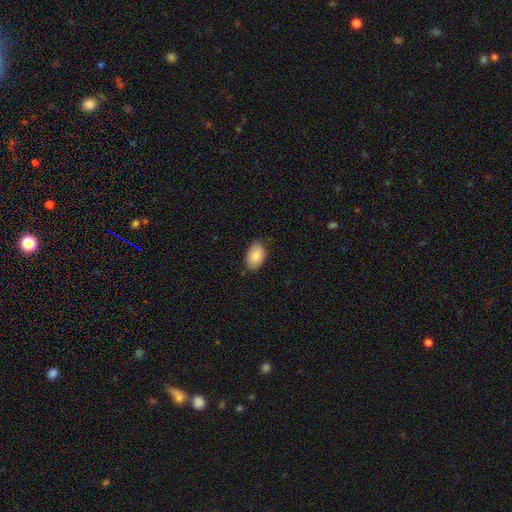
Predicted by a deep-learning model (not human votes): A smooth galaxy with no disk features (88%) that is in between round and cigar-shaped (90%). Merging: none (78%).